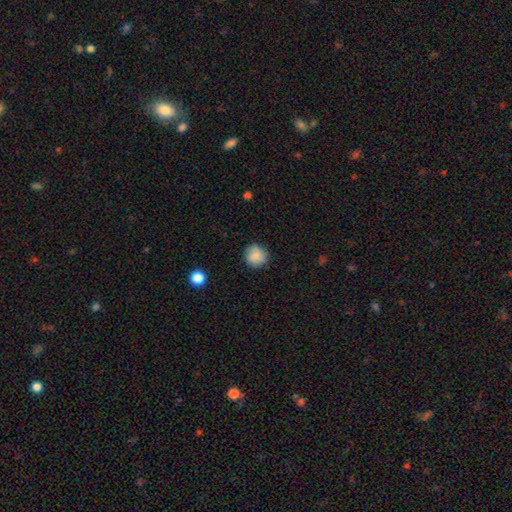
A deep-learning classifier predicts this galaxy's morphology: This is clearly a smooth galaxy (87%). How rounded: clearly round (92%). Merging: clearly none (86%).